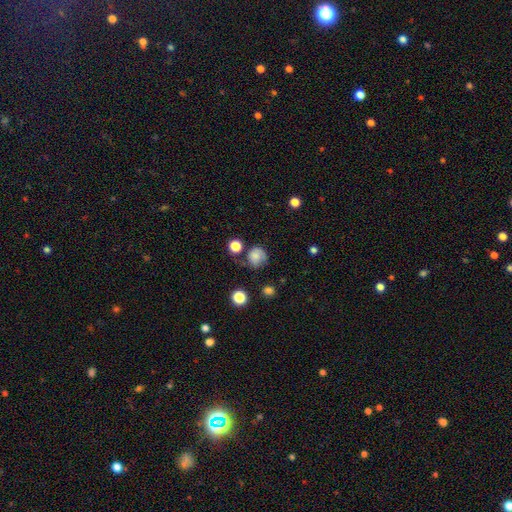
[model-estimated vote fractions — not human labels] smooth_or_featured: smooth (p=0.67) [alt: featured or disk p=0.20]
how_rounded: round (p=0.80) [alt: in between p=0.19]
merging: none (p=0.50) [alt: minor disturbance p=0.28]